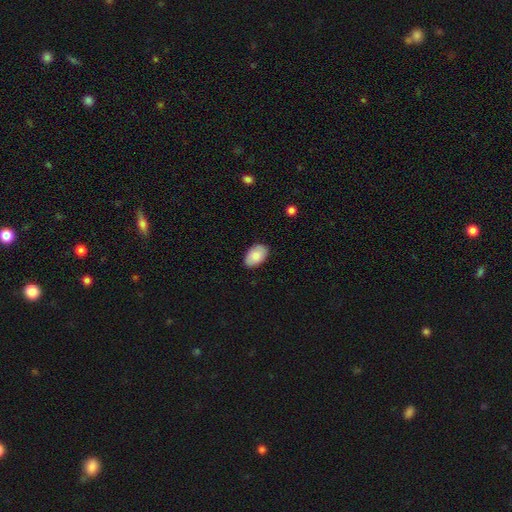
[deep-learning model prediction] This appears to be a smooth galaxy with no disk features (86%) that is in between round and cigar-shaped (92%). Merging: none (85%).